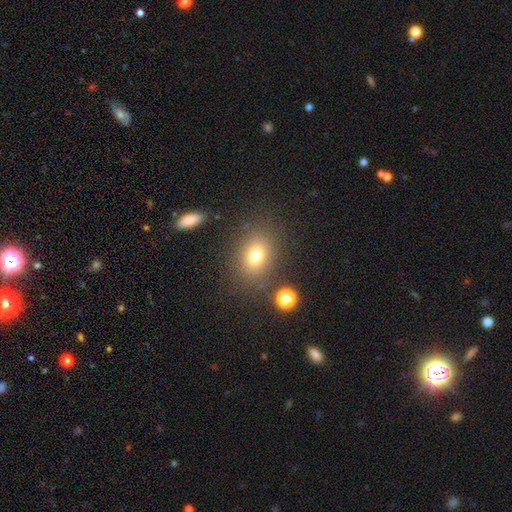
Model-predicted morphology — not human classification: smooth-or-featured: smooth: 75% | star or artifact: 14% | featured or disk: 11%
  how-rounded: in between: 57% | round: 42% | cigar-shaped: 1%
  merging: none: 80% | minor disturbance: 11% | major disturbance: 5% | merger: 4%